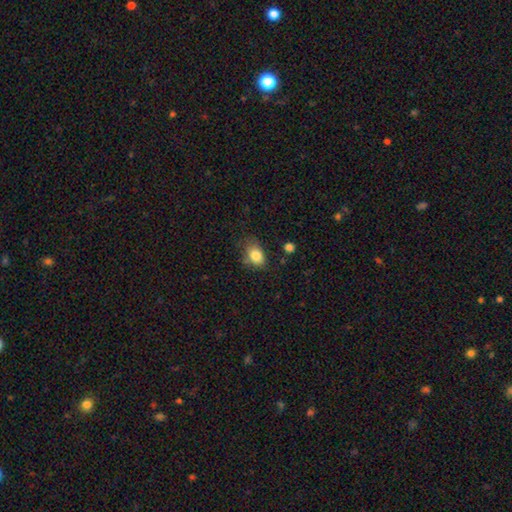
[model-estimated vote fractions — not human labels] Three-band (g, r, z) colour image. It shows a smooth galaxy with no disk features (83%) that is in between round and cigar-shaped (73%). Merging: none (61%).